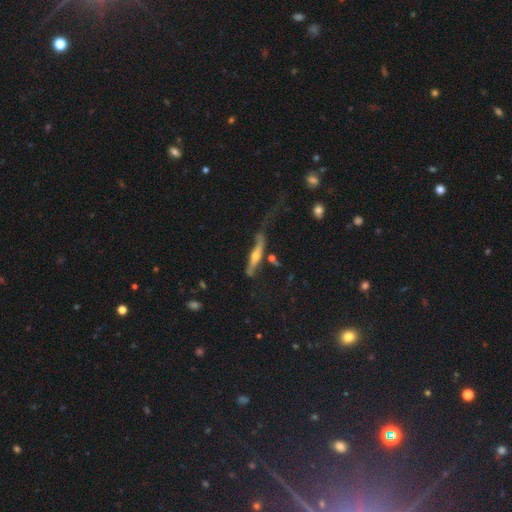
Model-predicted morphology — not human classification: The model was most divided on "merging": none: 41%, minor disturbance: 26%, major disturbance: 26%, merger: 7%. More confident: edge-on bulge — rounded (88%); edge-on disk — yes (86%); smooth or featured — featured or disk (68%).